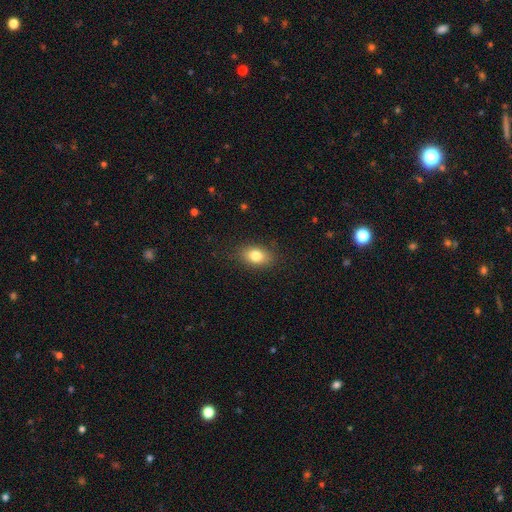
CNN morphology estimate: smooth_or_featured: smooth (p=0.81) [alt: featured or disk p=0.10]
how_rounded: in between (p=0.83) [alt: round p=0.15]
merging: none (p=0.85) [alt: minor disturbance p=0.11]